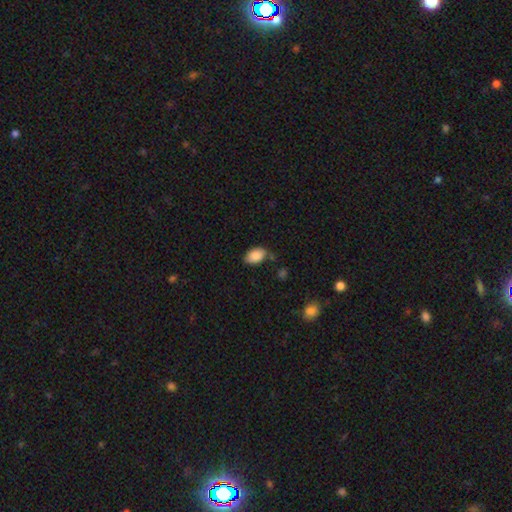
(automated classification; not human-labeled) A smooth galaxy with no disk features (88%) that is in between round and cigar-shaped (91%). Merging: none (72%).